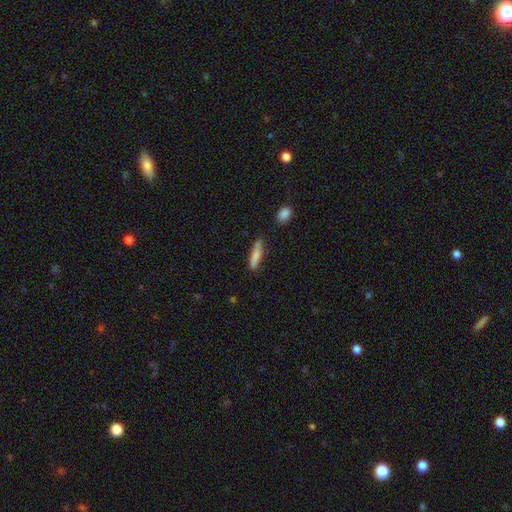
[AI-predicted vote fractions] A smooth galaxy with no disk features (82%) that is cigar-shaped (82%).

Vote fractions:
- Smooth or featured? smooth: 82% / featured or disk: 12% / star or artifact: 6%
- How rounded? cigar-shaped: 82% / in between: 17% / round: 2%
- Merging? none: 76% / minor disturbance: 17% / merger: 4% / major disturbance: 4%